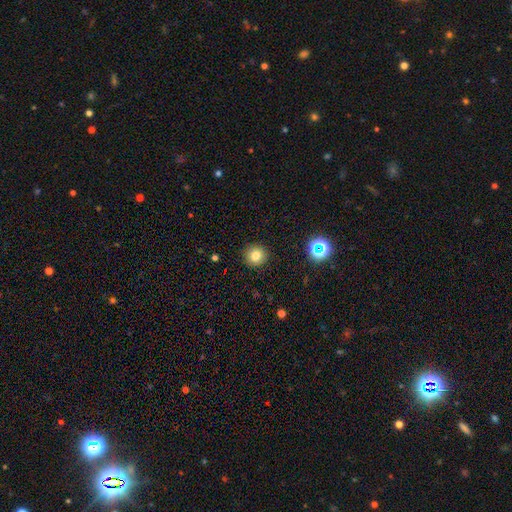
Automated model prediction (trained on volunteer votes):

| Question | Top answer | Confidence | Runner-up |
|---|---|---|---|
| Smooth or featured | smooth | 78% | star or artifact (14%) |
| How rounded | round | 94% | in between (5%) |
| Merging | none | 92% | minor disturbance (5%) |